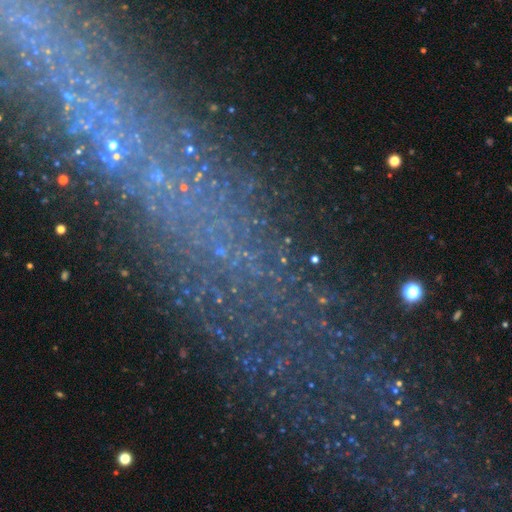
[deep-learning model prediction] A star or artifact, not a galaxy (59%).

Vote fractions:
- Smooth or featured? star or artifact: 59% / featured or disk: 21% / smooth: 20%